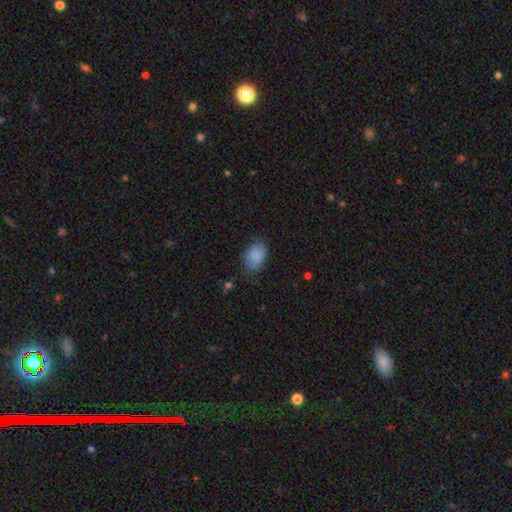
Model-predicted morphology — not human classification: smooth_or_featured: smooth (p=0.82) [alt: featured or disk p=0.09]
how_rounded: in between (p=0.82) [alt: round p=0.16]
merging: none (p=0.58) [alt: minor disturbance p=0.30]